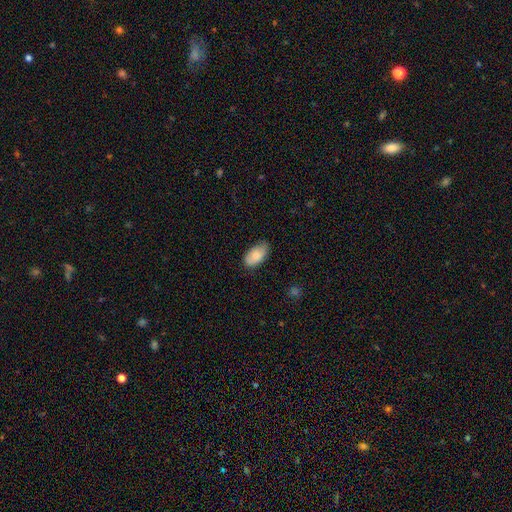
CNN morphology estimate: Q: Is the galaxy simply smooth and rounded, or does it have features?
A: smooth — 79%.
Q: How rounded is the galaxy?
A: in between — 94%.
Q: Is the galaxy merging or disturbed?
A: none — 68%.